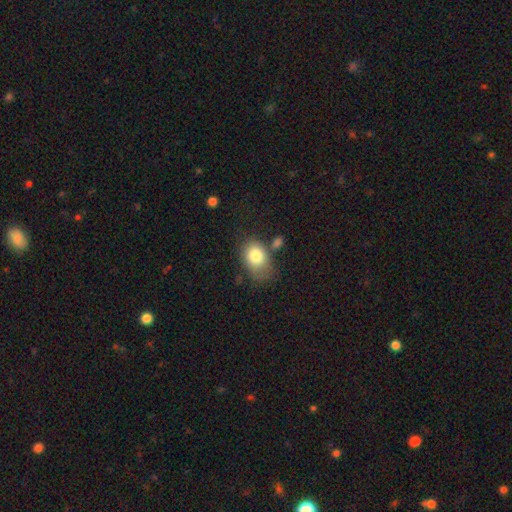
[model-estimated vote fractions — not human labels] Q: Smooth or featured?
A: smooth (80%); runner-up: featured or disk (12%)
Q: How rounded?
A: in between (73%); runner-up: round (26%)
Q: Merging?
A: none (47%); runner-up: minor disturbance (30%)